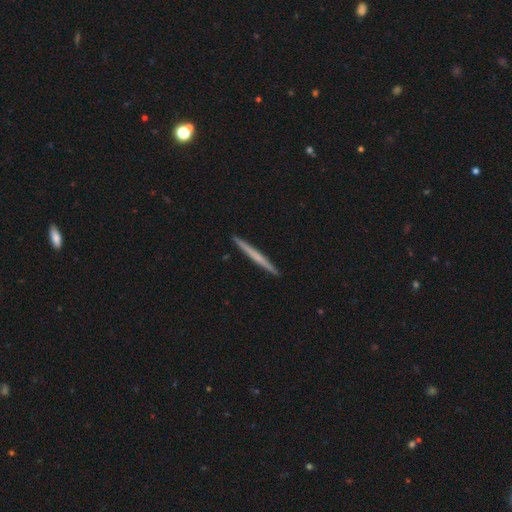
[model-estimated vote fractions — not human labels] This is possibly a smooth galaxy (48%). Merging: clearly none (93%).